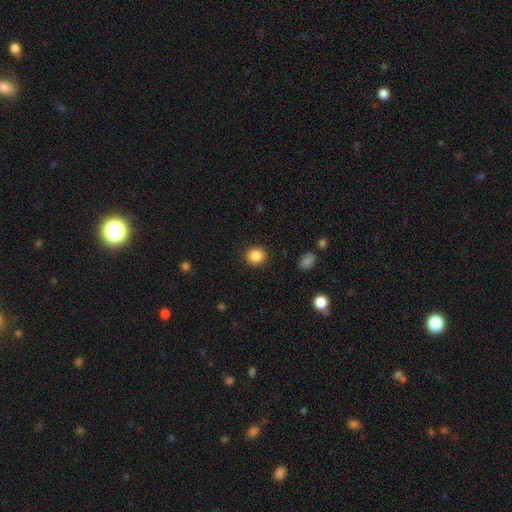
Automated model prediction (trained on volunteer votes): smooth_or_featured: smooth (p=0.87) [alt: star or artifact p=0.09]
how_rounded: round (p=0.86) [alt: in between p=0.13]
merging: none (p=0.91) [alt: minor disturbance p=0.06]